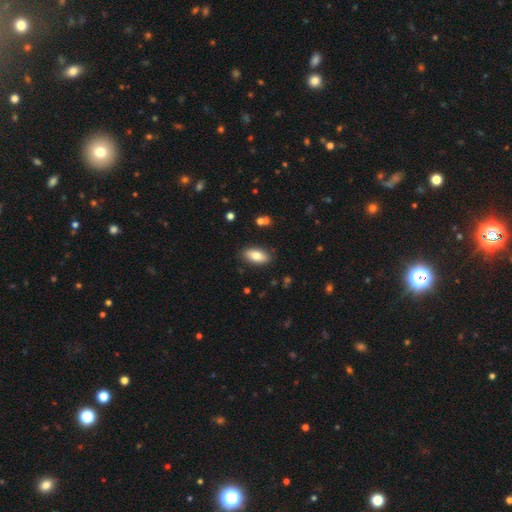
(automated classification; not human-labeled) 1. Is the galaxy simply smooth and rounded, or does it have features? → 81% smooth, 13% featured or disk, 7% star or artifact.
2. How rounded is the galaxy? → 89% in between, 8% cigar-shaped, 3% round.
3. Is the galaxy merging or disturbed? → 86% none, 10% minor disturbance, 2% major disturbance, 2% merger.